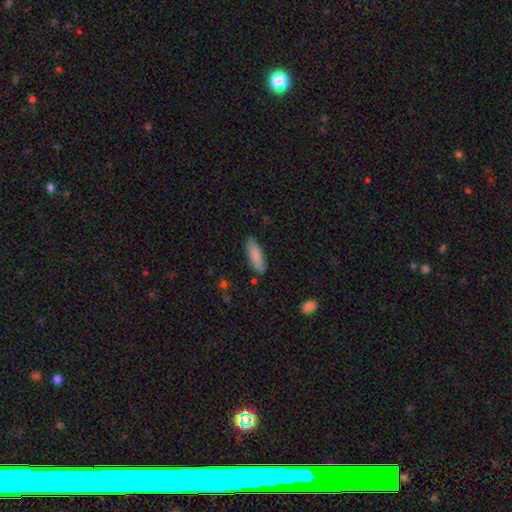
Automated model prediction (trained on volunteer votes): smooth_or_featured: smooth (p=0.85) [alt: featured or disk p=0.09]
how_rounded: in between (p=0.59) [alt: cigar-shaped p=0.39]
merging: none (p=0.82) [alt: minor disturbance p=0.14]